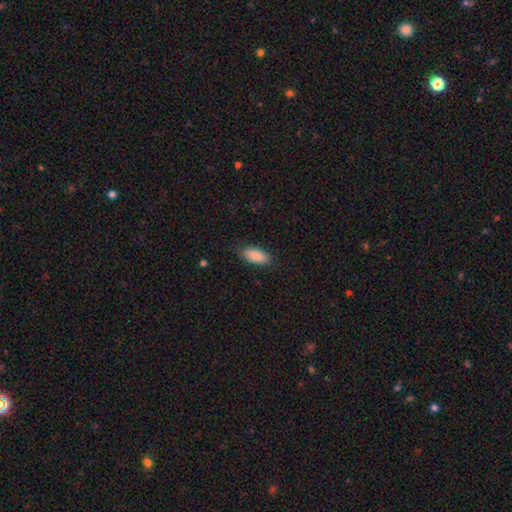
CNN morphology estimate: smooth_or_featured: smooth (p=0.88) [alt: star or artifact p=0.06]
how_rounded: in between (p=0.88) [alt: cigar-shaped p=0.10]
merging: none (p=0.84) [alt: minor disturbance p=0.12]